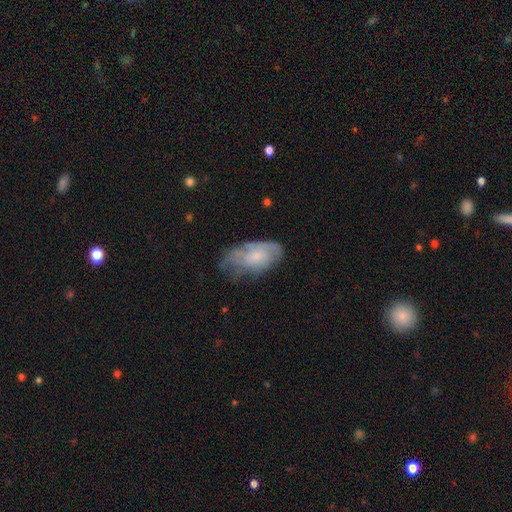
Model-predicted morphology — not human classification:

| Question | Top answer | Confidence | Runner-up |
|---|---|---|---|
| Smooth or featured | smooth | 51% | featured or disk (41%) |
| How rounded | in between | 92% | round (4%) |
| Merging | none | 45% | minor disturbance (35%) |